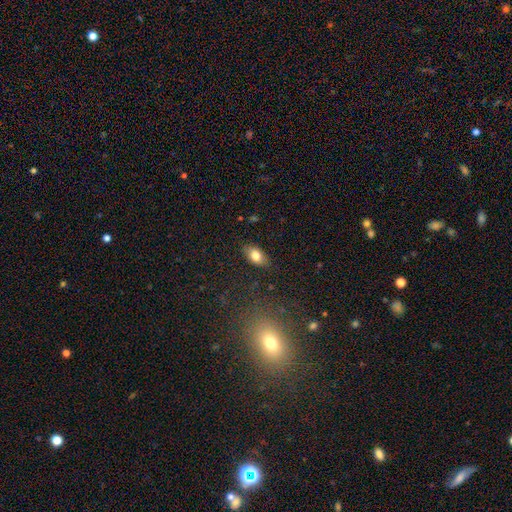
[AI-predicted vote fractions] Smooth or featured? smooth (77%)
How rounded? in between (88%)
Merging? none (85%)